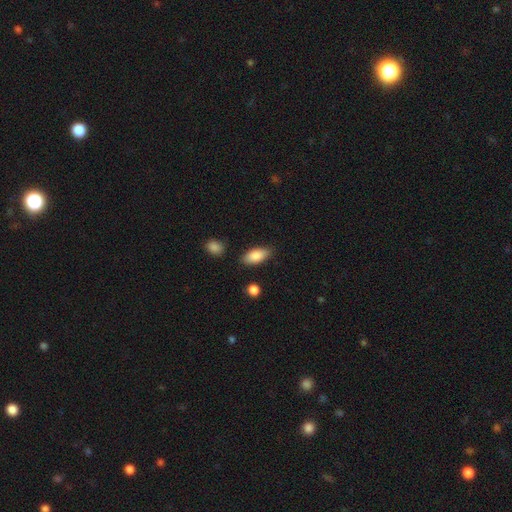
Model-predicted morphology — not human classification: smooth_or_featured: smooth (p=0.85) [alt: featured or disk p=0.08]
how_rounded: in between (p=0.87) [alt: cigar-shaped p=0.10]
merging: none (p=0.83) [alt: minor disturbance p=0.12]